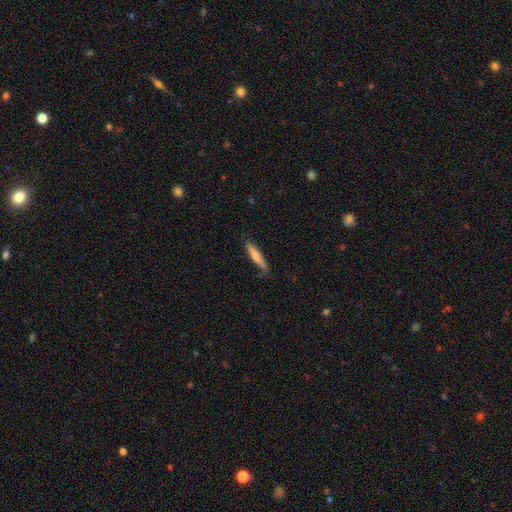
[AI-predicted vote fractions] smooth-or-featured: smooth: 68% | featured or disk: 26% | star or artifact: 6%
  how-rounded: cigar-shaped: 87% | in between: 12% | round: 1%
  merging: none: 73% | minor disturbance: 21% | major disturbance: 4% | merger: 2%